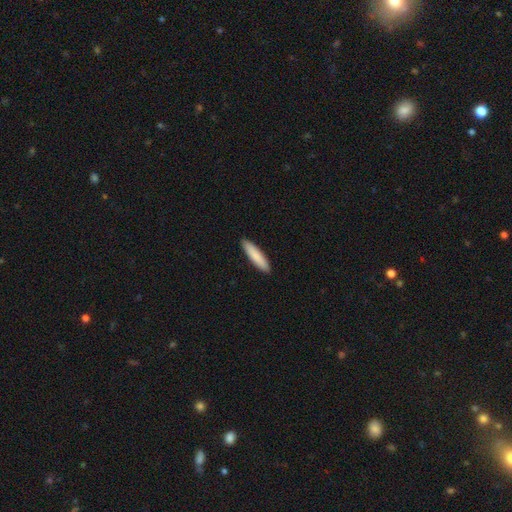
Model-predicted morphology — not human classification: type=smooth (84%); roundness=cigar-shaped (83%); merging=none (92%).